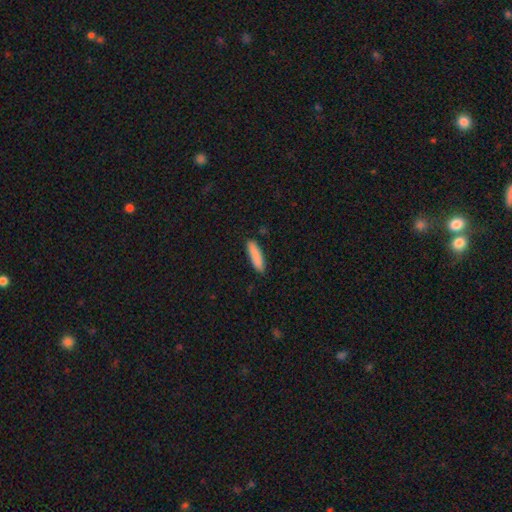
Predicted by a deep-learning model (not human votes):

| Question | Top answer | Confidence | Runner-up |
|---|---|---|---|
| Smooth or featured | smooth | 88% | featured or disk (6%) |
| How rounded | cigar-shaped | 69% | in between (30%) |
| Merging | none | 87% | minor disturbance (10%) |